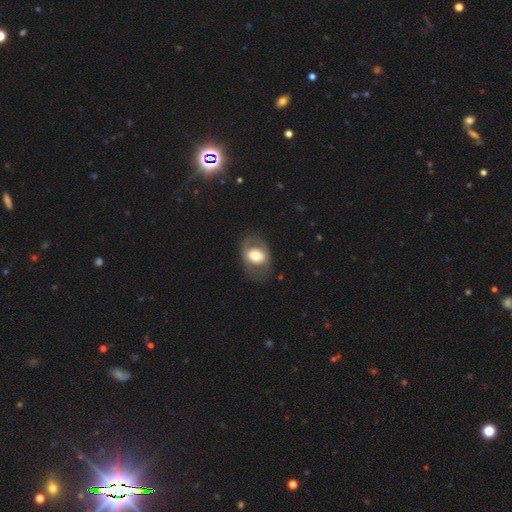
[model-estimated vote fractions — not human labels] A smooth galaxy with no disk features (52%) that is in between round and cigar-shaped (68%). Merging: none (69%).